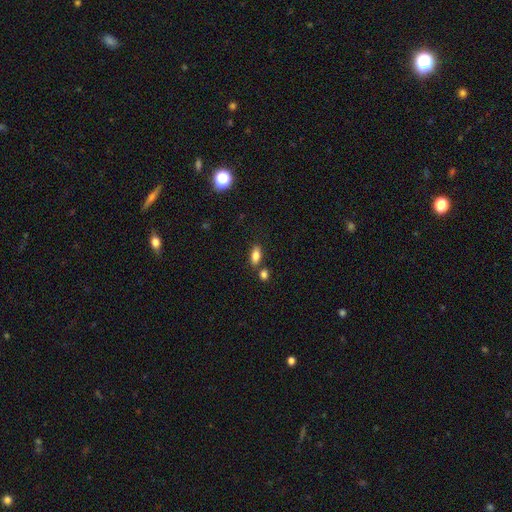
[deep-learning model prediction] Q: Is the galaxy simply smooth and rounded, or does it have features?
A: smooth — 82%.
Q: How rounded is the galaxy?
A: in between — 83%.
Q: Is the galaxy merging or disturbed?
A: none — 72%.